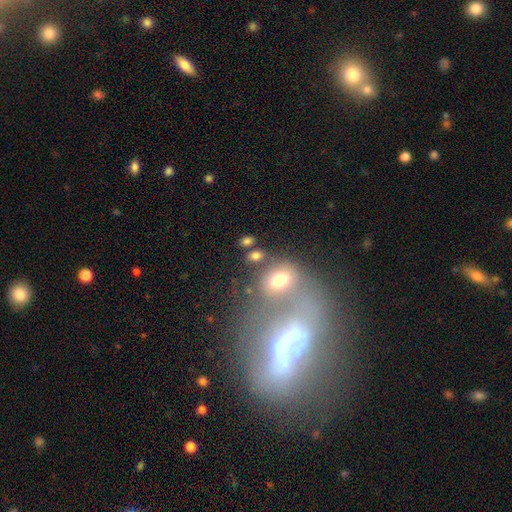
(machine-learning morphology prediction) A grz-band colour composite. It shows a smooth galaxy with no disk features (76%) that is in between round and cigar-shaped (78%). Merging: none (61%).